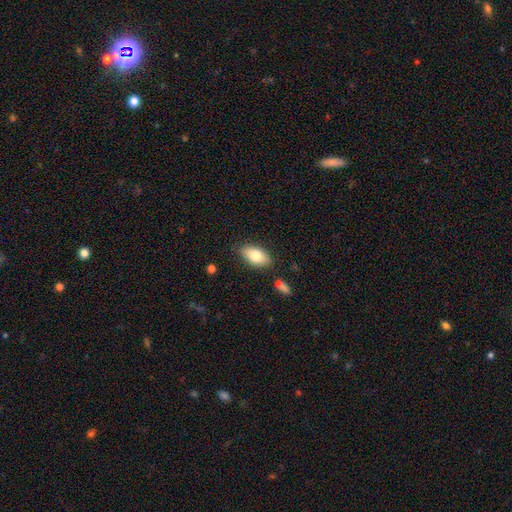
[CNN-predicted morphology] smooth-or-featured: smooth: 78% | featured or disk: 15% | star or artifact: 7%
  how-rounded: in between: 91% | round: 5% | cigar-shaped: 4%
  merging: none: 83% | minor disturbance: 12% | merger: 3% | major disturbance: 3%